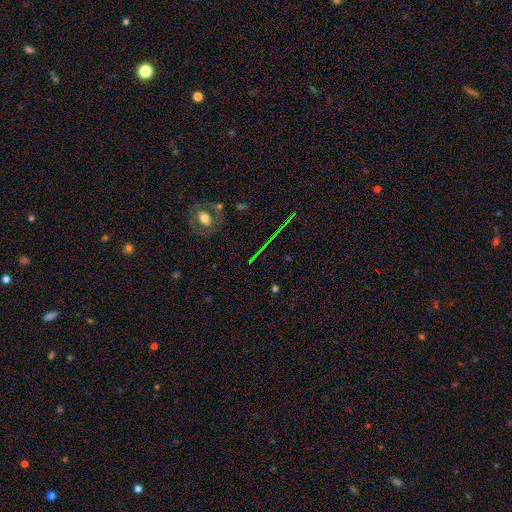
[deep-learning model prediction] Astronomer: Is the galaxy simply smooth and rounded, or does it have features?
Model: star or artifact — 56%.